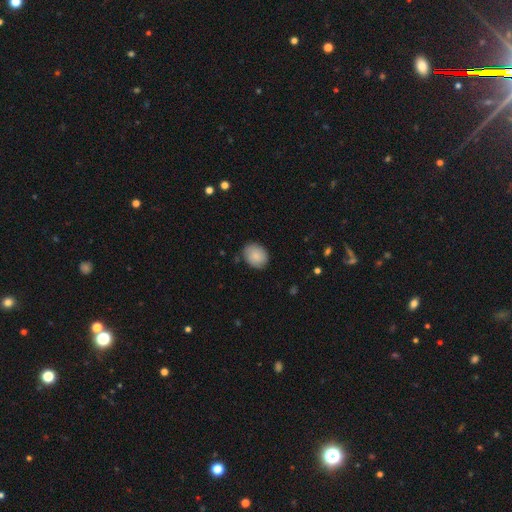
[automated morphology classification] smooth-or-featured: smooth: 86% | featured or disk: 7% | star or artifact: 7%
  how-rounded: round: 50% | in between: 49% | cigar-shaped: 1%
  merging: none: 81% | minor disturbance: 15% | major disturbance: 3% | merger: 1%